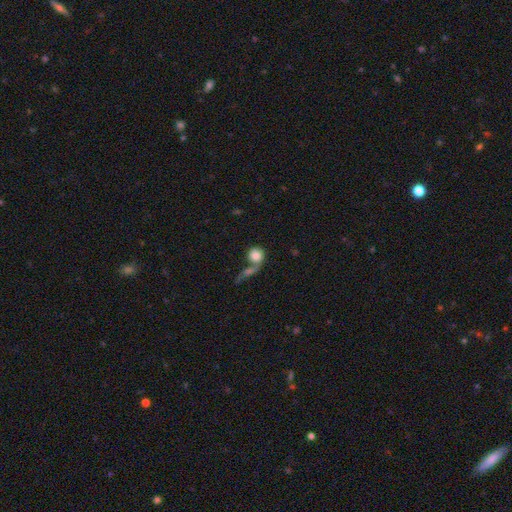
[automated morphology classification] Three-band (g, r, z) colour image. It shows a smooth galaxy with no disk features (77%) that is round (81%). Merging: merger (51%).